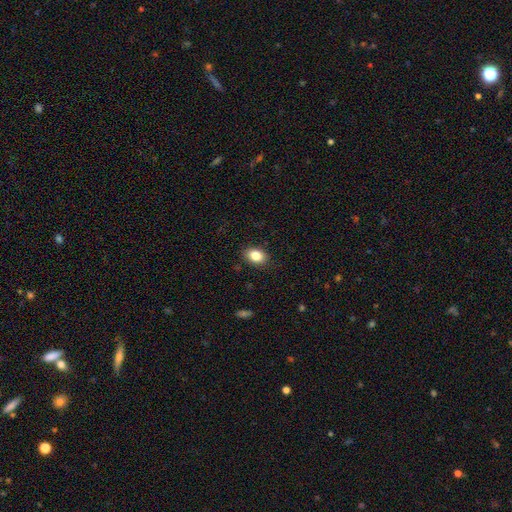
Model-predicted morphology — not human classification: smooth_or_featured: smooth (p=0.84) [alt: star or artifact p=0.09]
how_rounded: in between (p=0.77) [alt: round p=0.21]
merging: none (p=0.87) [alt: minor disturbance p=0.09]